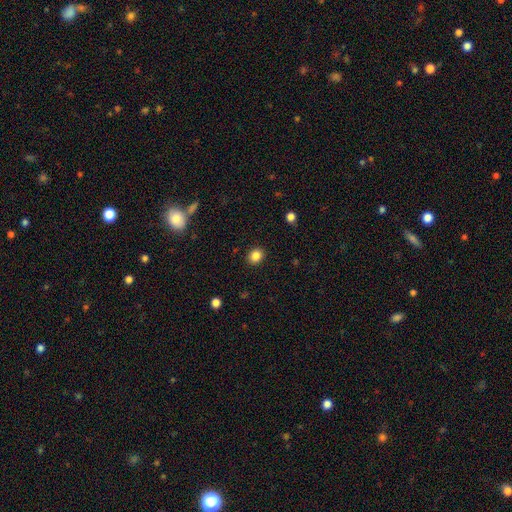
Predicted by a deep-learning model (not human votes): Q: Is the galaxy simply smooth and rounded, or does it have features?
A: smooth — 85%.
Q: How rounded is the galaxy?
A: round — 69%.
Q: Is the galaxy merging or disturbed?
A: none — 91%.